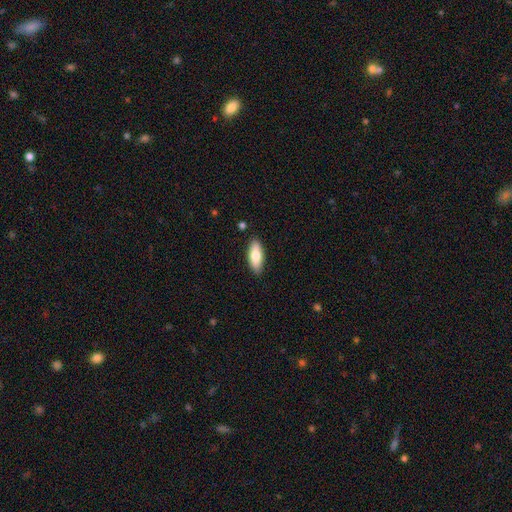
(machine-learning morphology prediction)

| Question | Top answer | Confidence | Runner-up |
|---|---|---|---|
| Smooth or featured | smooth | 74% | featured or disk (20%) |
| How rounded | in between | 73% | cigar-shaped (25%) |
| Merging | none | 87% | minor disturbance (9%) |